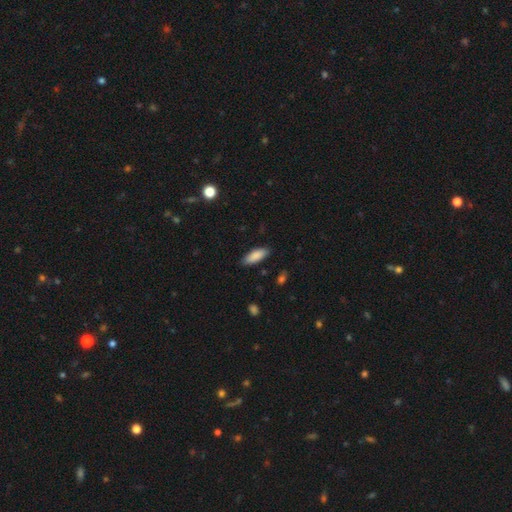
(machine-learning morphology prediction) This appears to be a smooth galaxy with no disk features (88%) that is in between round and cigar-shaped (71%). Merging: none (86%).